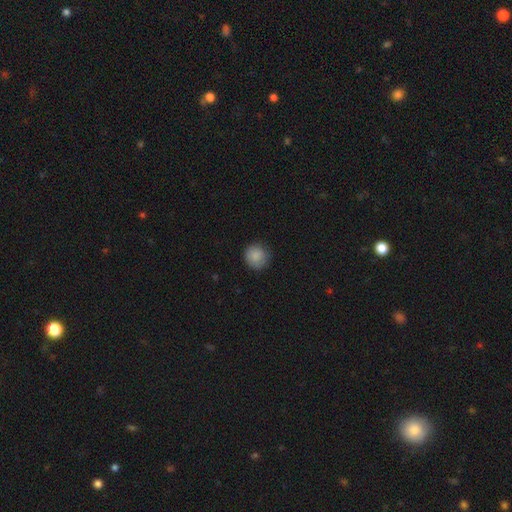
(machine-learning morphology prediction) Overall: smooth (87%). How rounded: round (93%). Merging: none (85%).